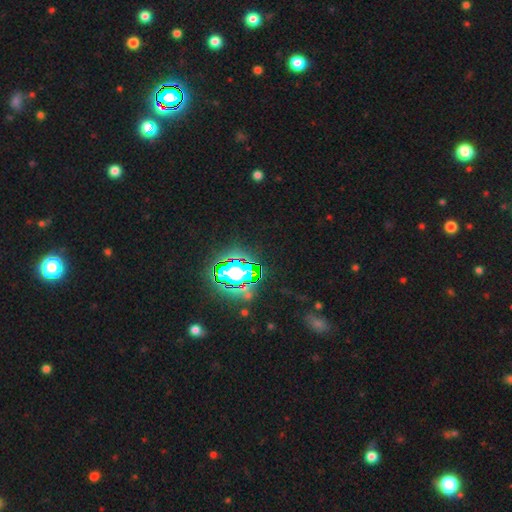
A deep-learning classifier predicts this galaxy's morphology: This is clearly a star or artifact rather than a galaxy (81%).